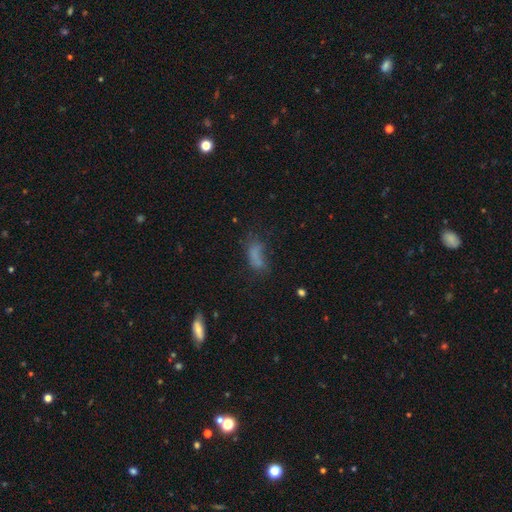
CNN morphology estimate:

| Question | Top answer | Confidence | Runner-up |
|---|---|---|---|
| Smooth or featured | smooth | 64% | featured or disk (19%) |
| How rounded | in between | 80% | cigar-shaped (15%) |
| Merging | none | 38% | major disturbance (27%) |